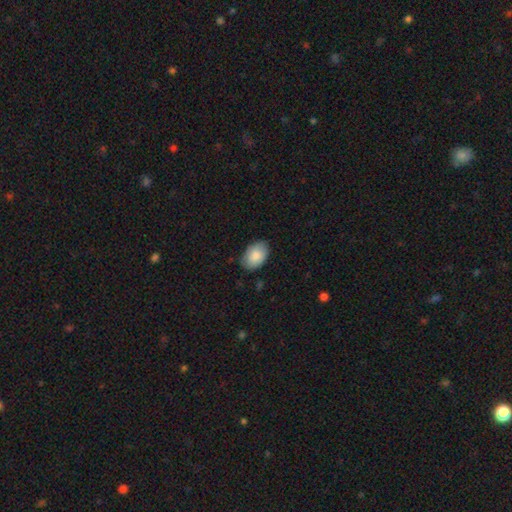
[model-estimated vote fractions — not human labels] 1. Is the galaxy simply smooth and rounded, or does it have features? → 86% smooth, 8% featured or disk, 6% star or artifact.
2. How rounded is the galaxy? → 87% in between, 12% round, 1% cigar-shaped.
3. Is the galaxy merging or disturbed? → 82% none, 15% minor disturbance, 2% major disturbance, 1% merger.